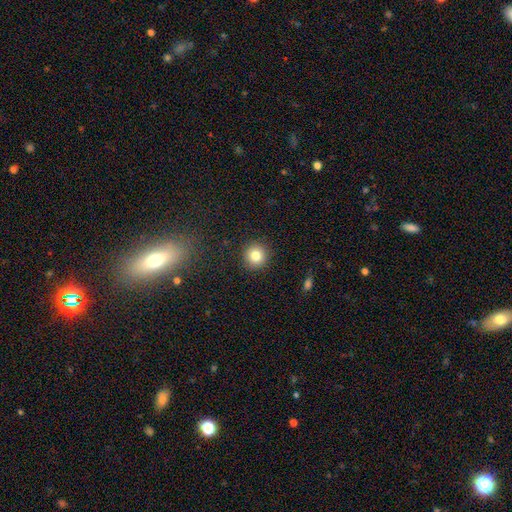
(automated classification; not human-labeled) This is clearly a smooth galaxy (82%). How rounded: clearly round (94%). Merging: clearly none (91%).